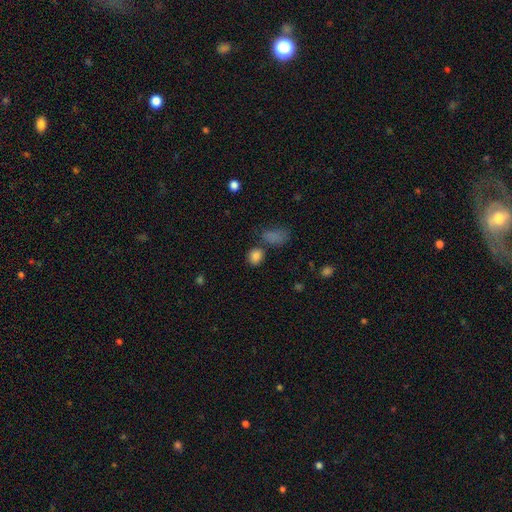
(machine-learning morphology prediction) A smooth galaxy with no disk features (83%) that is round (64%).

Vote fractions:
- Smooth or featured? smooth: 83% / star or artifact: 12% / featured or disk: 5%
- How rounded? round: 64% / in between: 34% / cigar-shaped: 2%
- Merging? none: 69% / merger: 14% / minor disturbance: 12% / major disturbance: 5%